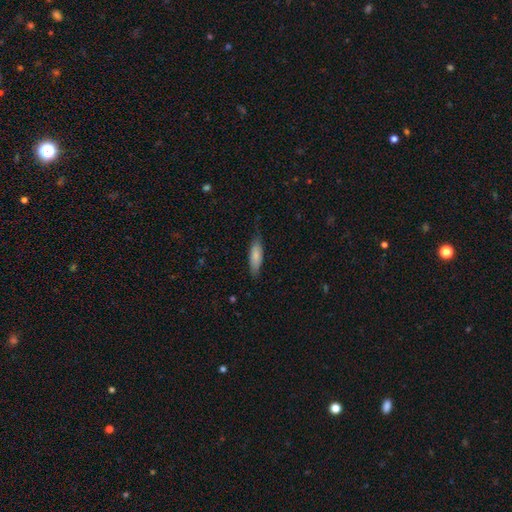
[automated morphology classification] This is likely a smooth galaxy (78%). How rounded: possibly in between (51%). Merging: likely none (75%).